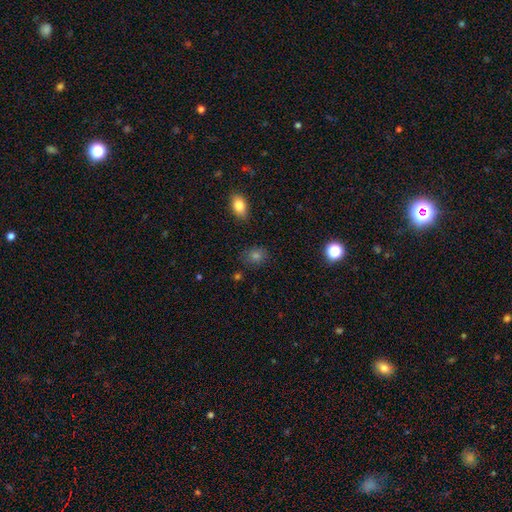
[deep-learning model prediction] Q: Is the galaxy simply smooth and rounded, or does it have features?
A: smooth — 74%.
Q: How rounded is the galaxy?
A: round — 58%.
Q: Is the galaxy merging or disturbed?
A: none — 83%.